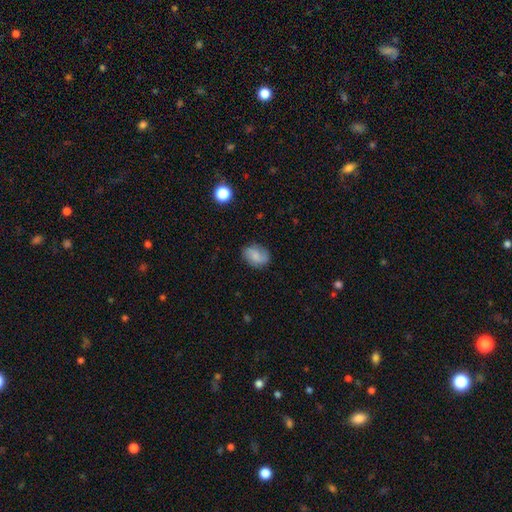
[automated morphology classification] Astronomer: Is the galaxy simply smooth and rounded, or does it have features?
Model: smooth — 74%.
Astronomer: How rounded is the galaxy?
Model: in between — 64%.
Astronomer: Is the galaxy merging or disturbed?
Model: none — 76%.